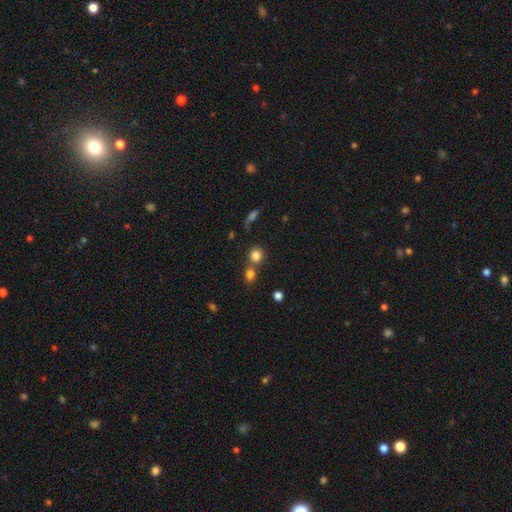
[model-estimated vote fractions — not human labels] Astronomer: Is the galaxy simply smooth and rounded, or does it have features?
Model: smooth — 81%.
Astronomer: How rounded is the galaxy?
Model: round — 82%.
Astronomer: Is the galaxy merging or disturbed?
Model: none — 54% (runner-up: merger, 34%).